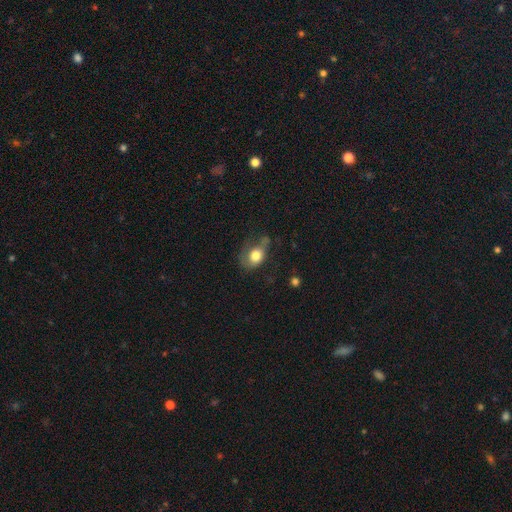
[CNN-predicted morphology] smooth_or_featured: smooth (p=0.73) [alt: featured or disk p=0.19]
how_rounded: in between (p=0.64) [alt: round p=0.35]
merging: none (p=0.33) [alt: minor disturbance p=0.32]